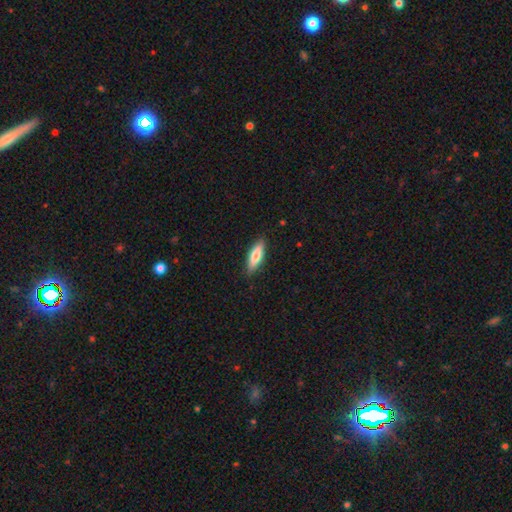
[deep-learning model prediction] A smooth galaxy with no disk features (72%) that is cigar-shaped (50%). Merging: none (87%).